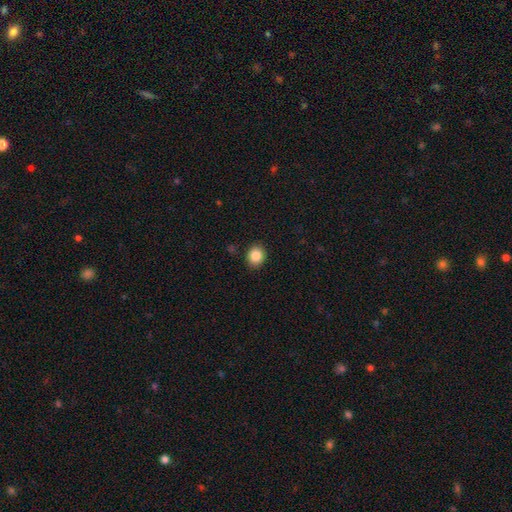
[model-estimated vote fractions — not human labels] Smooth or featured: smooth — 86% (star or artifact — 9%)
How rounded: round — 64% (in between — 35%)
Merging: none — 90% (minor disturbance — 7%)